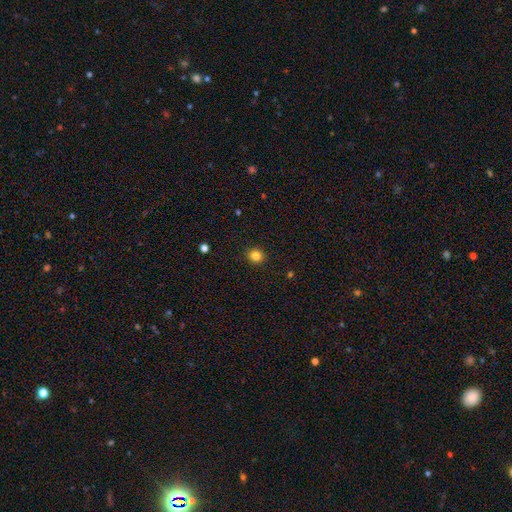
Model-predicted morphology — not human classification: The model was most divided on "smooth or featured": smooth: 83%, star or artifact: 12%, featured or disk: 5%. More confident: merging — none (92%); how rounded — round (85%).